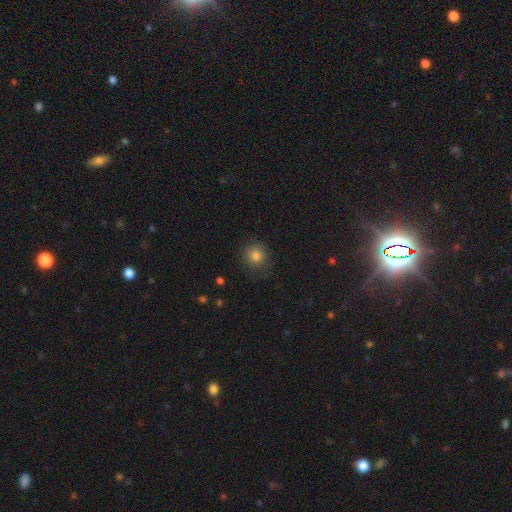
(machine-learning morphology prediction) Overall: smooth (82%). How rounded: round (90%). Merging: none (84%).